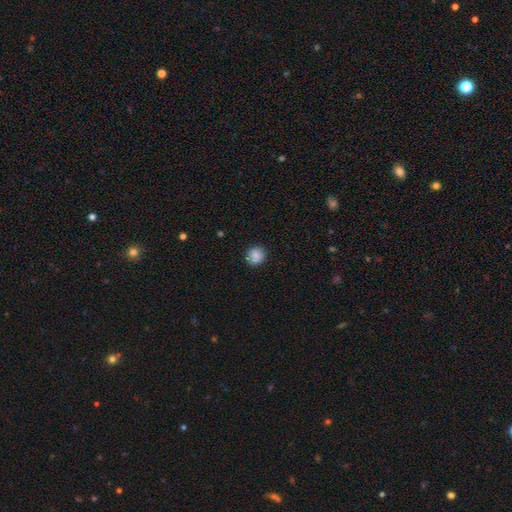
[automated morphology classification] Smooth or featured?
  - smooth: 88% *
  - star or artifact: 9%
  - featured or disk: 4%
How rounded?
  - round: 89% *
  - in between: 10%
  - cigar-shaped: 1%
Merging?
  - none: 89% *
  - minor disturbance: 8%
  - major disturbance: 2%
  - merger: 1%